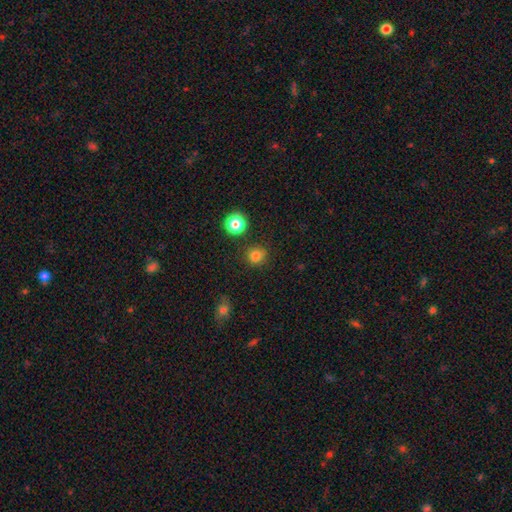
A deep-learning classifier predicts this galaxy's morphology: This appears to be a smooth galaxy with no disk features (78%) that is round (84%). Merging: none (78%).